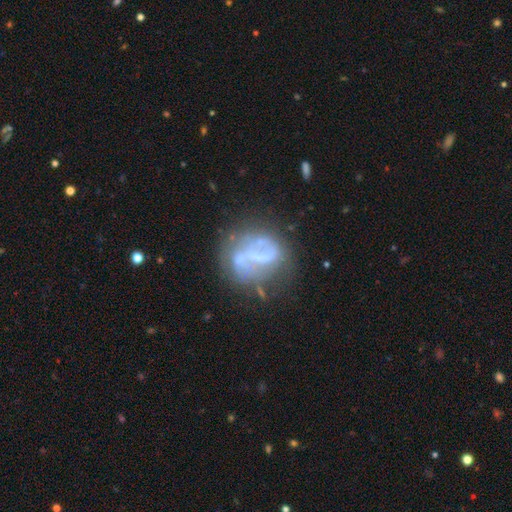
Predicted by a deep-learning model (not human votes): A featured or disk galaxy (66%) with a strong bar (43%), no spiral arms (62%) and no central bulge (59%). Merging: none (48%).